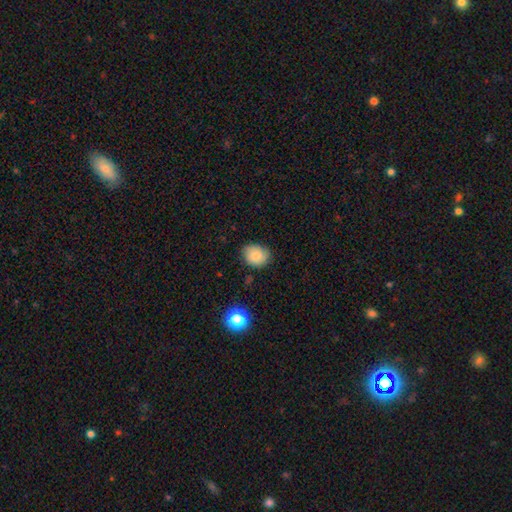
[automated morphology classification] A smooth galaxy with no disk features (83%) that is round (59%). Merging: none (77%).